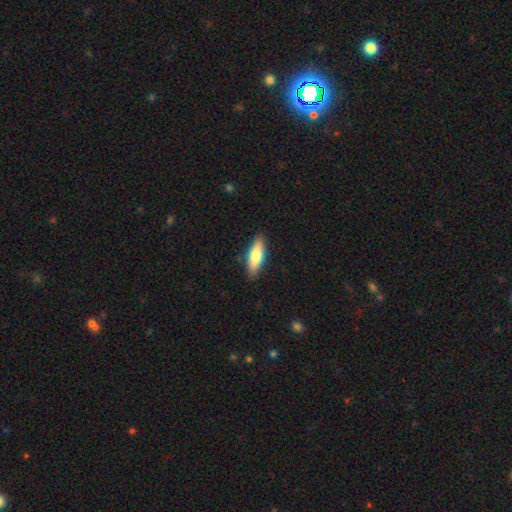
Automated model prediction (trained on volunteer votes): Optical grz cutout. It shows a smooth galaxy with no disk features (79%) that is in between round and cigar-shaped (57%). Merging: none (87%).